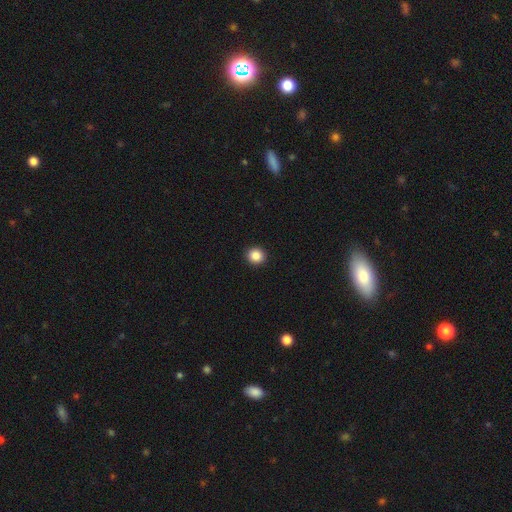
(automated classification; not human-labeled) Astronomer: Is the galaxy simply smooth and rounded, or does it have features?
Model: smooth — 87%.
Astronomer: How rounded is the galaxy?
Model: round — 90%.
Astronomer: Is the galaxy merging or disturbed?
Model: none — 94%.